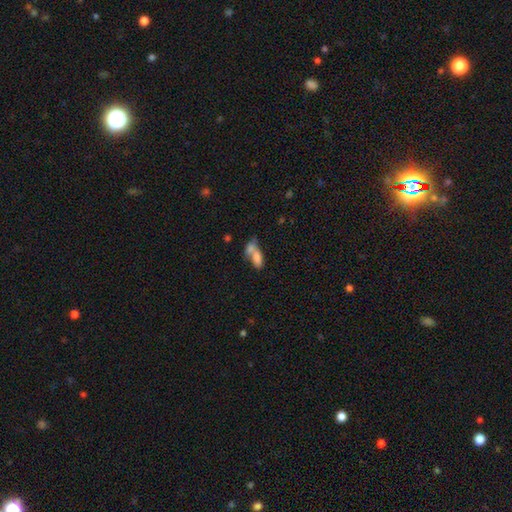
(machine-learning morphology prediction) This is likely a smooth galaxy (74%). How rounded: clearly in between (80%). Merging: likely merger (63%).